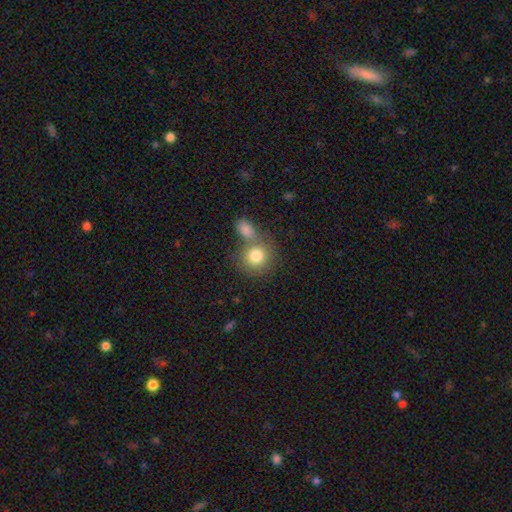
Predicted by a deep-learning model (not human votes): Smooth or featured? Predicted: smooth (p=0.81). How rounded? Predicted: round (p=0.82). Merging? Predicted: none (p=0.49).